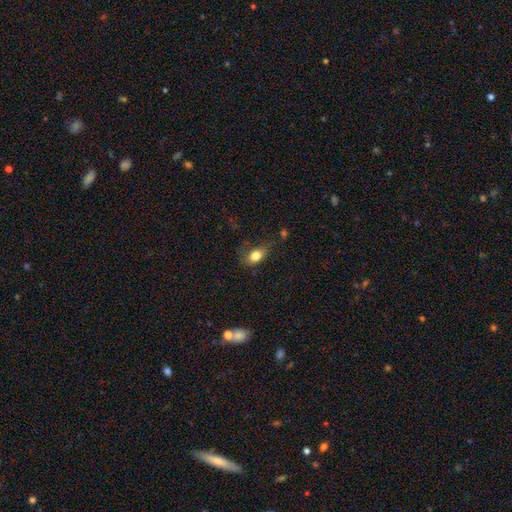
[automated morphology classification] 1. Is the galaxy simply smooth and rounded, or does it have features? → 82% smooth, 9% star or artifact, 9% featured or disk.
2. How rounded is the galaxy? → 78% in between, 20% round, 2% cigar-shaped.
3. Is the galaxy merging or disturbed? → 57% none, 29% minor disturbance, 12% major disturbance, 2% merger.